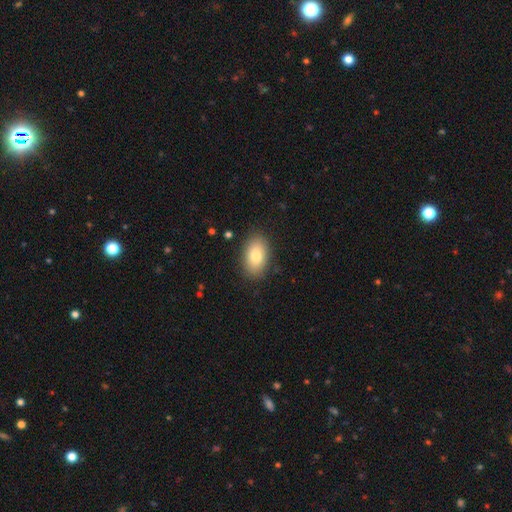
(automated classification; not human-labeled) smooth_or_featured: smooth (p=0.80) [alt: featured or disk p=0.12]
how_rounded: in between (p=0.90) [alt: round p=0.08]
merging: none (p=0.86) [alt: minor disturbance p=0.10]